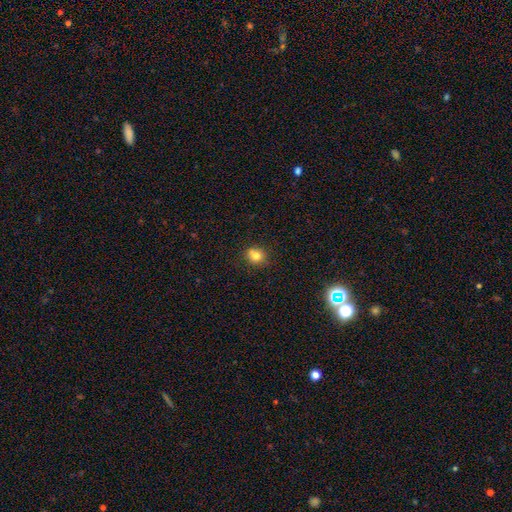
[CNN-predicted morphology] This is likely a smooth galaxy (77%). How rounded: likely round (80%). Merging: likely none (72%).